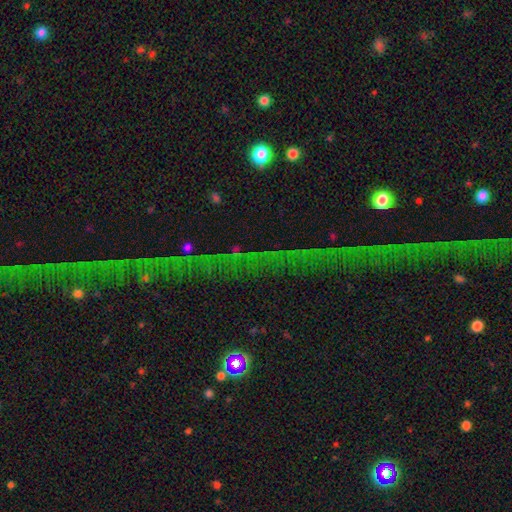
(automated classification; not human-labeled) star or artifact 74%, featured or disk 14%, smooth 12%.